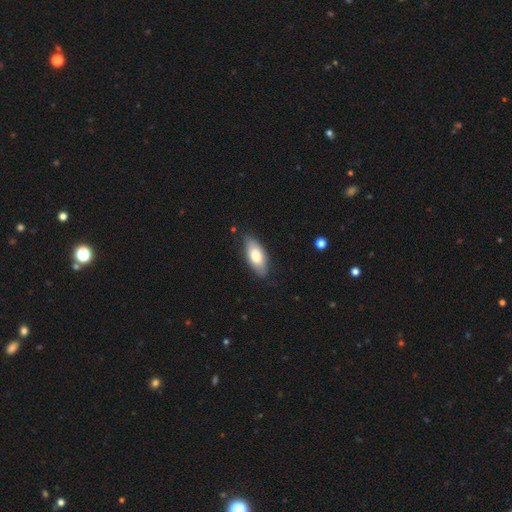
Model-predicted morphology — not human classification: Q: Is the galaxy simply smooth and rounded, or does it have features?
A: smooth — 73%.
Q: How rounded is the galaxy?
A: in between — 85%.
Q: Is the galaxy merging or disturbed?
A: none — 78%.